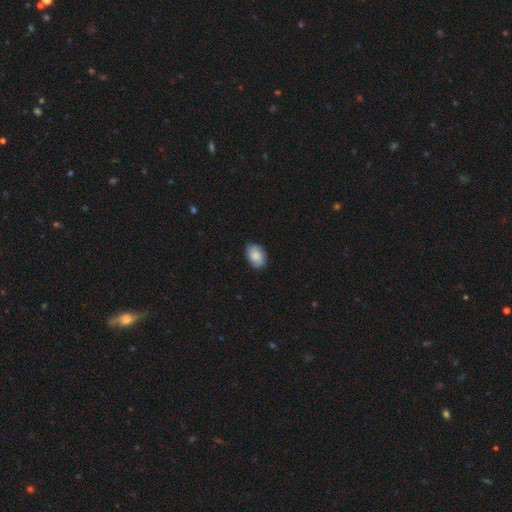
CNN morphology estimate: Smooth or featured?
  - smooth: 86% *
  - featured or disk: 7%
  - star or artifact: 6%
How rounded?
  - in between: 85% *
  - round: 14%
  - cigar-shaped: 1%
Merging?
  - none: 85% *
  - minor disturbance: 12%
  - major disturbance: 2%
  - merger: 1%